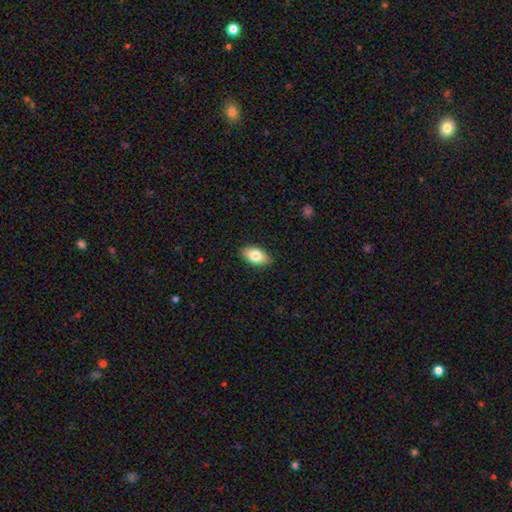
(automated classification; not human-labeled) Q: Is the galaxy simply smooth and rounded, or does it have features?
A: smooth — 80%.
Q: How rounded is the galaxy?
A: in between — 92%.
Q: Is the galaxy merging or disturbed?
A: none — 89%.